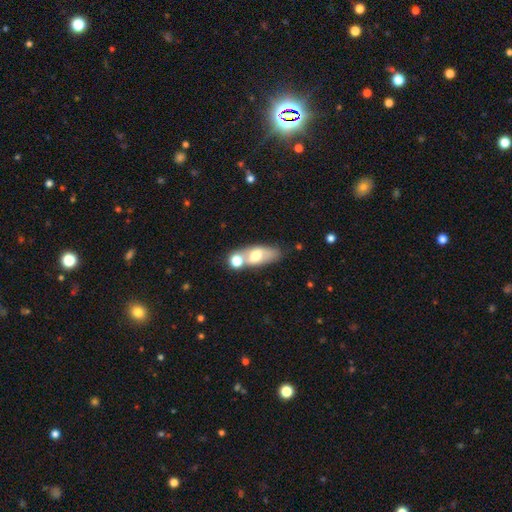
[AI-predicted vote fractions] The model was most divided on "merging": none: 47%, merger: 33%, minor disturbance: 14%, major disturbance: 6%. More confident: how rounded — in between (71%); smooth or featured — smooth (57%).